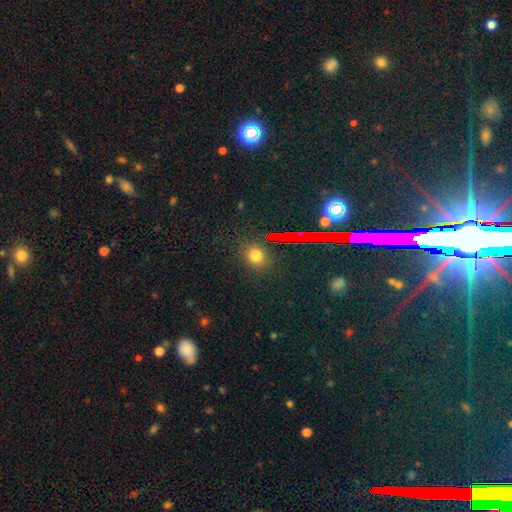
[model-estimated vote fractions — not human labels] Smooth or featured? Predicted: smooth (p=0.75). How rounded? Predicted: round (p=0.69). Merging? Predicted: none (p=0.86).